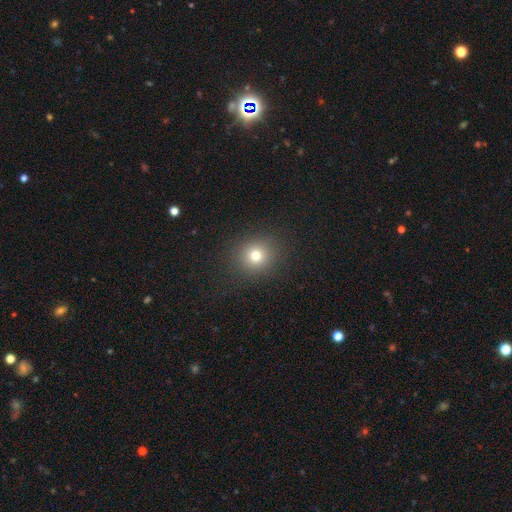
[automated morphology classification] type=smooth (76%); roundness=round (87%); merging=none (89%).